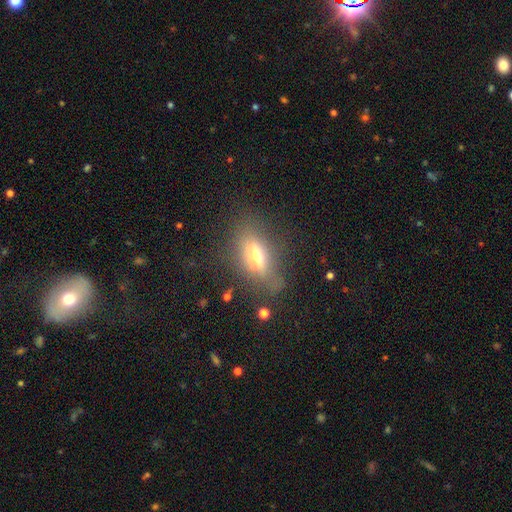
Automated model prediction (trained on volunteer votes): Smooth or featured?
  - smooth: 51% *
  - featured or disk: 37%
  - star or artifact: 12%
How rounded?
  - in between: 71% *
  - cigar-shaped: 23%
  - round: 6%
Merging?
  - none: 65% *
  - minor disturbance: 21%
  - major disturbance: 11%
  - merger: 3%